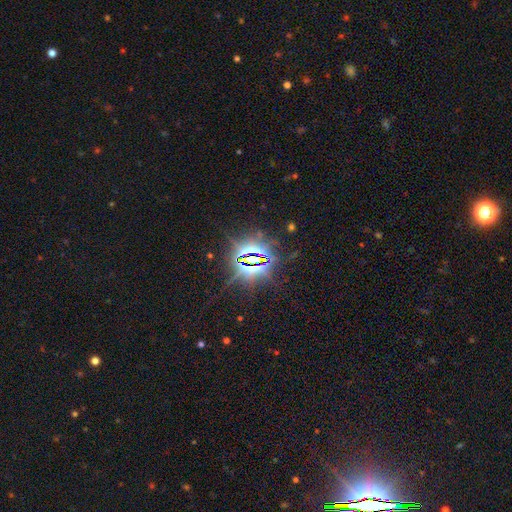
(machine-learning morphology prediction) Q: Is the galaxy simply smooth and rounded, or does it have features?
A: star or artifact — 84%.